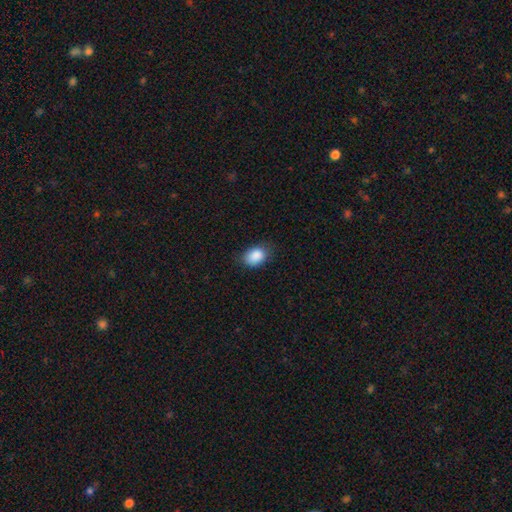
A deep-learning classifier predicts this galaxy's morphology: type=smooth (88%); roundness=in between (80%); merging=none (75%).